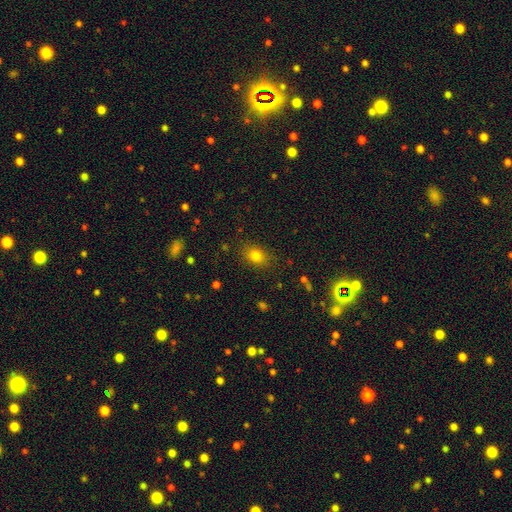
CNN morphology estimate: A smooth galaxy with no disk features (79%) that is in between round and cigar-shaped (62%). Merging: none (84%).